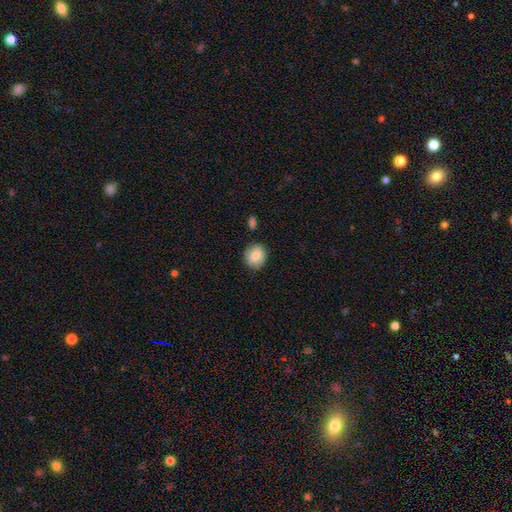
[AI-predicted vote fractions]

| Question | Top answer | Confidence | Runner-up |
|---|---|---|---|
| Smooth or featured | smooth | 85% | star or artifact (8%) |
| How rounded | round | 75% | in between (24%) |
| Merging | none | 85% | minor disturbance (10%) |